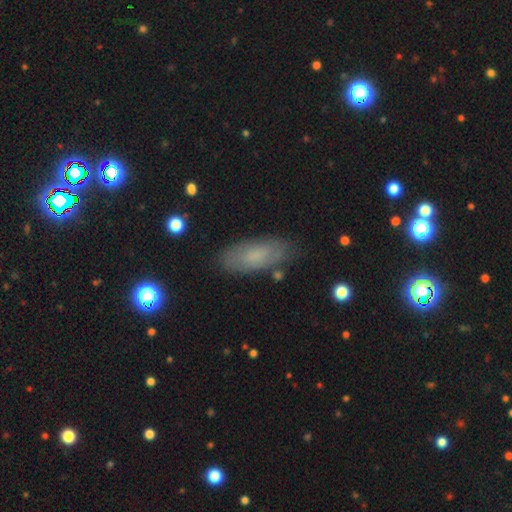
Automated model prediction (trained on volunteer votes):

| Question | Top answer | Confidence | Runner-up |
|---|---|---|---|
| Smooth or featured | smooth | 70% | featured or disk (21%) |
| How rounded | in between | 79% | cigar-shaped (19%) |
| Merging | none | 81% | minor disturbance (13%) |